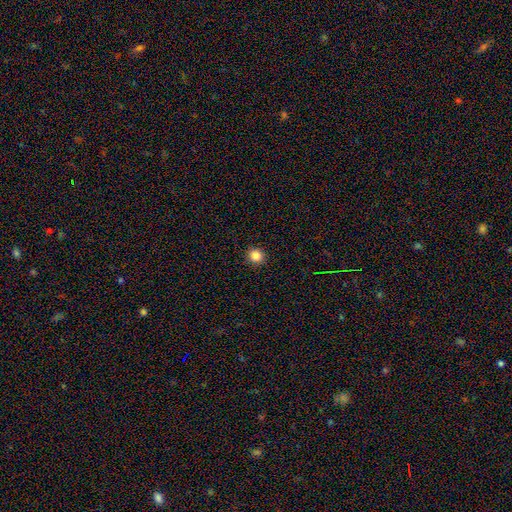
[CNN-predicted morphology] The model was most divided on "smooth or featured": smooth: 85%, star or artifact: 12%, featured or disk: 4%. More confident: merging — none (93%); how rounded — round (92%).